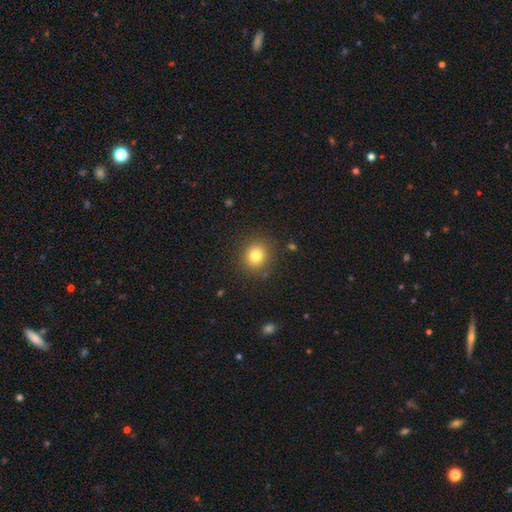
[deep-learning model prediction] The model was most divided on "smooth or featured": smooth: 80%, star or artifact: 12%, featured or disk: 8%. More confident: merging — none (87%); how rounded — round (86%).